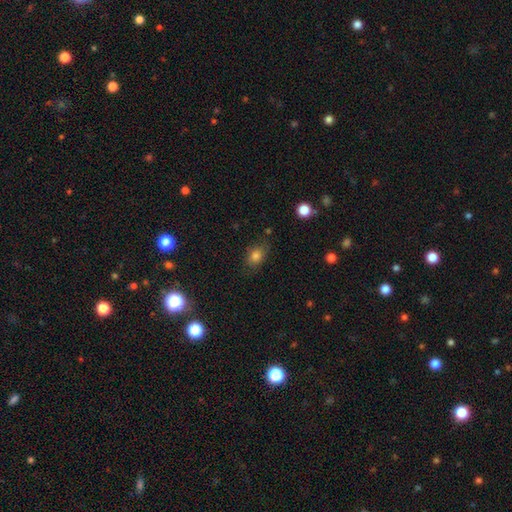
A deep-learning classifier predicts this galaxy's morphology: smooth-or-featured: smooth: 80% | star or artifact: 11% | featured or disk: 9%
  how-rounded: in between: 72% | round: 26% | cigar-shaped: 2%
  merging: none: 75% | minor disturbance: 18% | major disturbance: 5% | merger: 2%